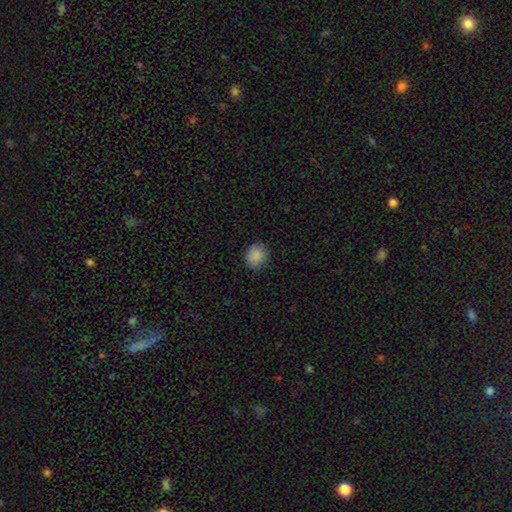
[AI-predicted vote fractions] This is clearly a smooth galaxy (88%). How rounded: likely round (74%). Merging: clearly none (87%).